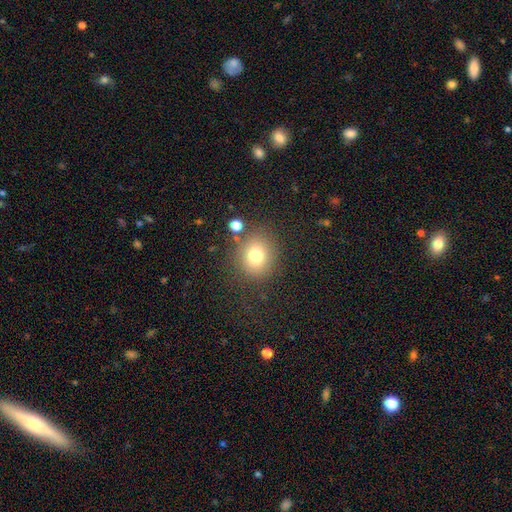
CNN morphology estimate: Overall: smooth (76%). How rounded: round (78%). Merging: none (79%).